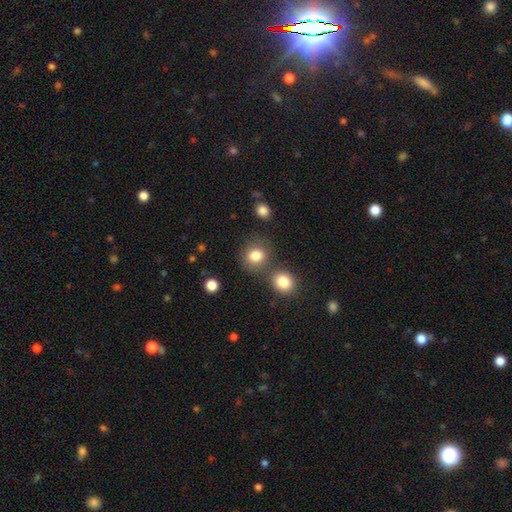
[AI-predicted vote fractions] smooth 82%, star or artifact 11%, featured or disk 7%. Down the decision tree: how rounded — round (78%); merging — none (63%).